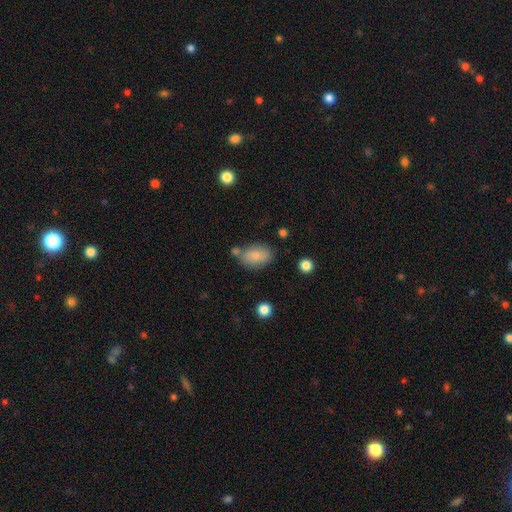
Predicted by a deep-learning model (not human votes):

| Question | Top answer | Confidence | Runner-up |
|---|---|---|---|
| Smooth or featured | smooth | 80% | featured or disk (12%) |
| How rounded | in between | 87% | round (11%) |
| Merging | none | 63% | minor disturbance (18%) |